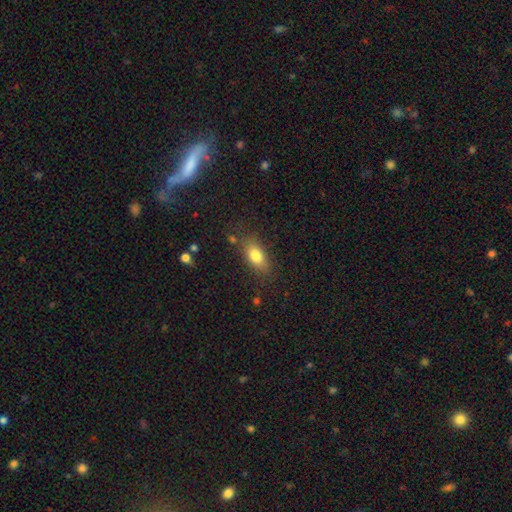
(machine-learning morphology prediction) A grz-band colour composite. It shows a smooth galaxy with no disk features (80%) that is in between round and cigar-shaped (85%). Merging: none (78%).